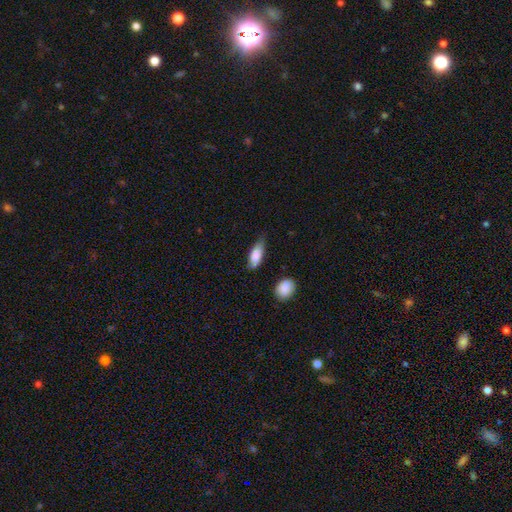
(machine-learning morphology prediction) Smooth or featured: smooth — 82% (featured or disk — 12%)
How rounded: in between — 76% (cigar-shaped — 21%)
Merging: none — 51% (minor disturbance — 38%)